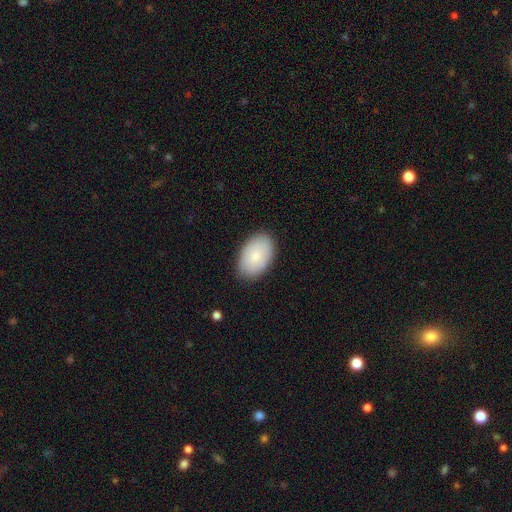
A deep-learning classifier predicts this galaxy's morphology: A smooth galaxy with no disk features (85%) that is in between round and cigar-shaped (93%). Merging: none (86%).